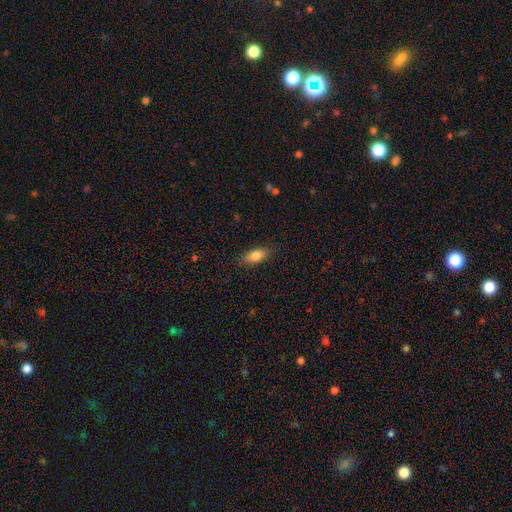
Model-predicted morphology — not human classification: This is clearly a smooth galaxy (82%). How rounded: clearly in between (81%). Merging: clearly none (86%).